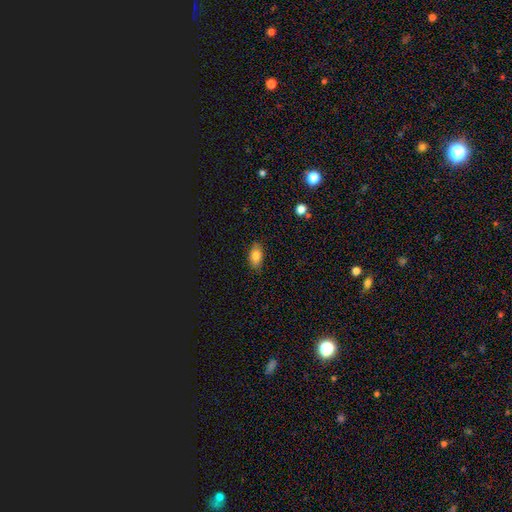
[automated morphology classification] smooth-or-featured: smooth: 80% | featured or disk: 12% | star or artifact: 8%
  how-rounded: in between: 89% | round: 6% | cigar-shaped: 5%
  merging: none: 85% | minor disturbance: 12% | major disturbance: 2% | merger: 1%